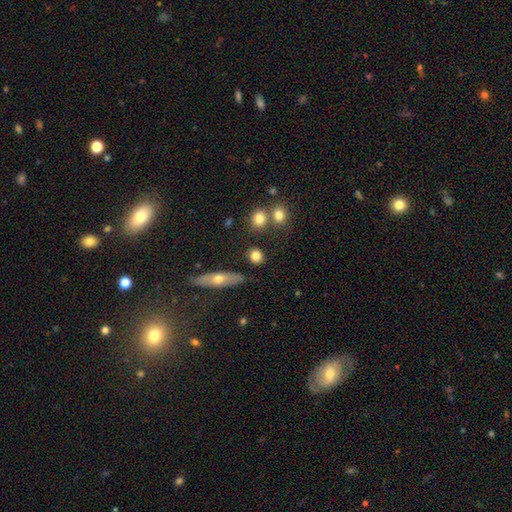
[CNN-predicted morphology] Smooth or featured? smooth (81%)
How rounded? round (71%)
Merging? none (76%)